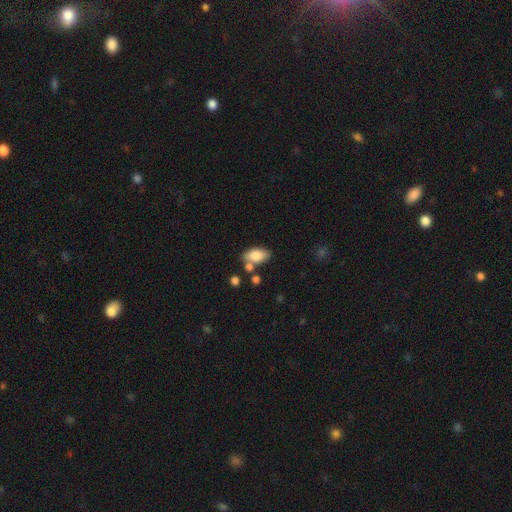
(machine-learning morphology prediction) Q: Smooth or featured?
A: smooth (81%); runner-up: featured or disk (11%)
Q: How rounded?
A: in between (92%); runner-up: round (5%)
Q: Merging?
A: none (64%); runner-up: merger (16%)